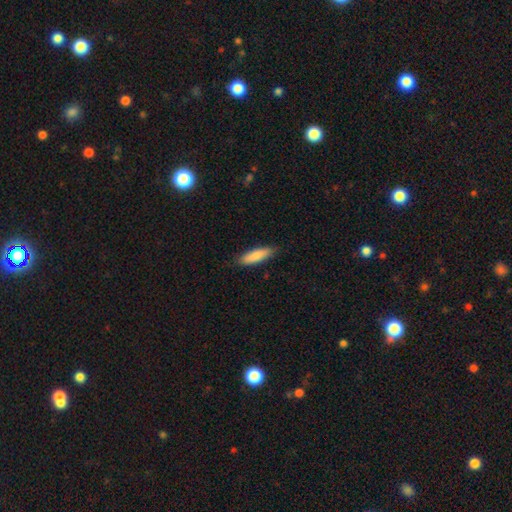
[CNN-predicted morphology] A smooth galaxy with no disk features (85%) that is cigar-shaped (62%).

Vote fractions:
- Smooth or featured? smooth: 85% / featured or disk: 10% / star or artifact: 6%
- How rounded? cigar-shaped: 62% / in between: 37% / round: 1%
- Merging? none: 85% / minor disturbance: 12% / major disturbance: 2% / merger: 1%